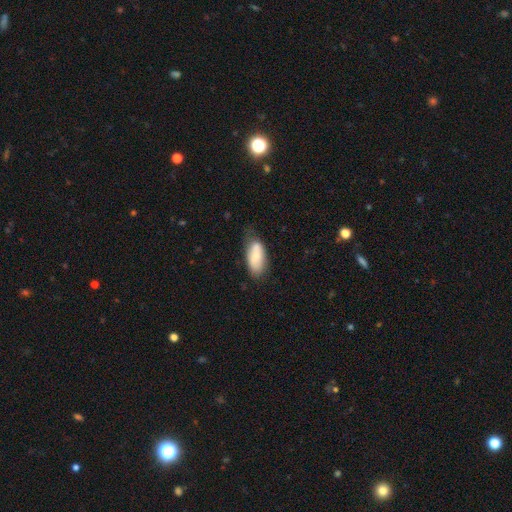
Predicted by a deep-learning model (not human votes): smooth 75%, featured or disk 19%, star or artifact 7%. Down the decision tree: how rounded — in between (88%); merging — none (57%).